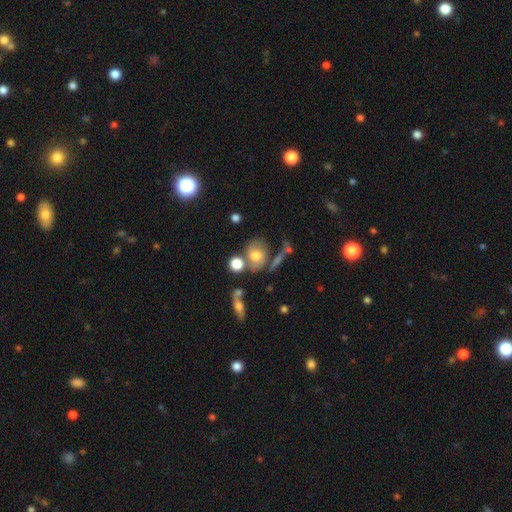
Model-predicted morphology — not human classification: This is likely a smooth galaxy (61%). How rounded: possibly round (54%). Merging: possibly none (46%).